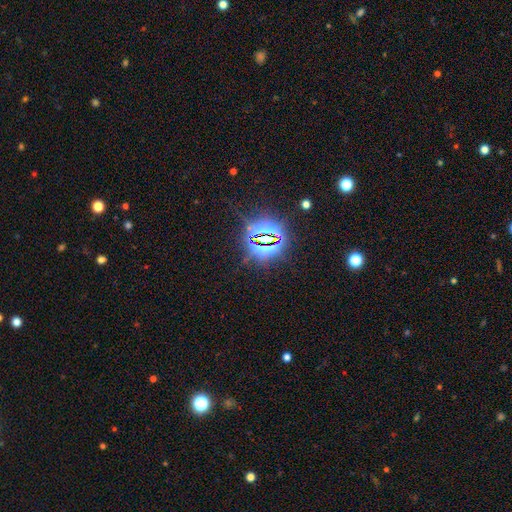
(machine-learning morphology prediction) Q: Smooth or featured?
A: star or artifact (82%); runner-up: smooth (11%)